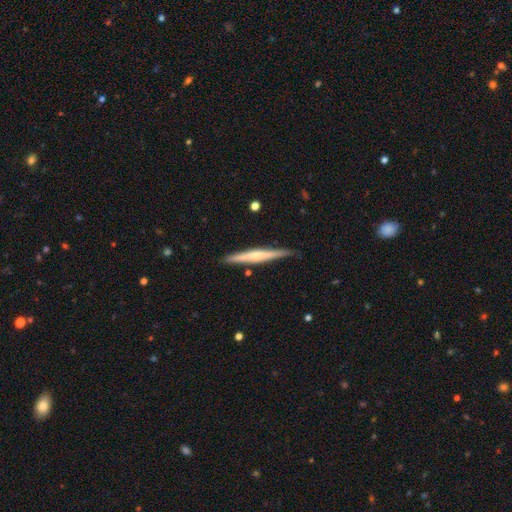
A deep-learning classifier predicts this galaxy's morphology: Smooth or featured? Predicted: featured or disk (p=0.62). Edge-on disk? Predicted: yes (p=0.97). Edge-on bulge? Predicted: rounded (p=0.59). Merging? Predicted: none (p=0.86).